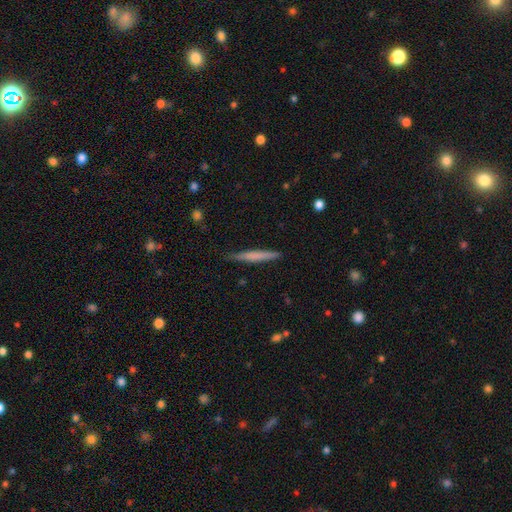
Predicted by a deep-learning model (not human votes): A smooth galaxy with no disk features (62%) that is cigar-shaped (96%). Merging: none (84%).